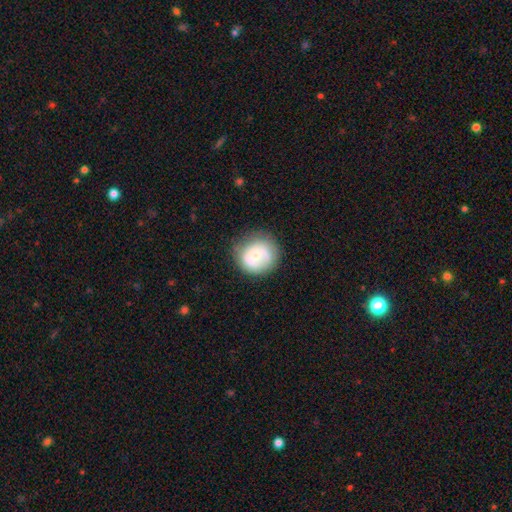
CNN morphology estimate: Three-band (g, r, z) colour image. It shows a smooth galaxy with no disk features (55%) that is round (87%). Merging: none (70%).